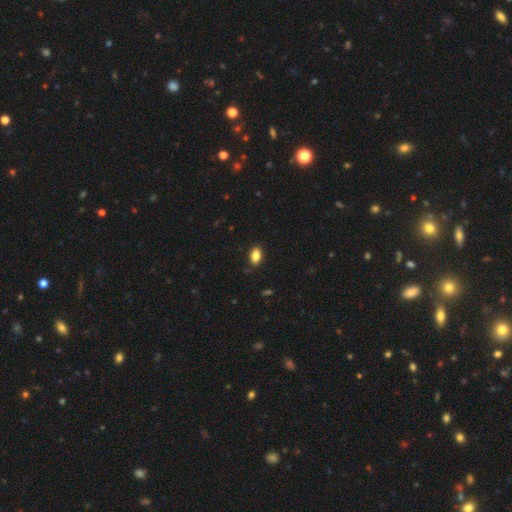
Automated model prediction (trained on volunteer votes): A smooth galaxy with no disk features (85%) that is in between round and cigar-shaped (89%). Merging: none (87%).